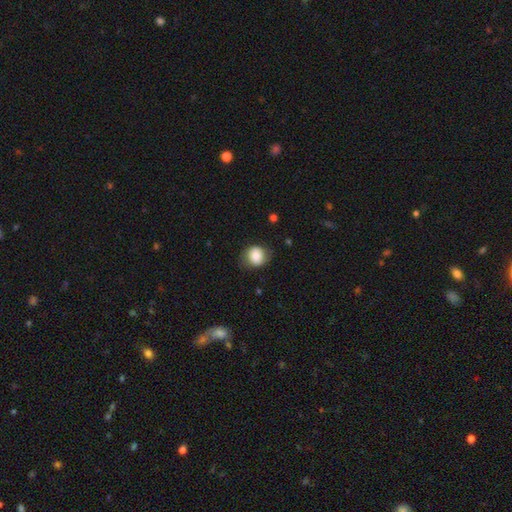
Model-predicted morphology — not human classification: type=smooth (75%); roundness=round (74%); merging=none (73%).